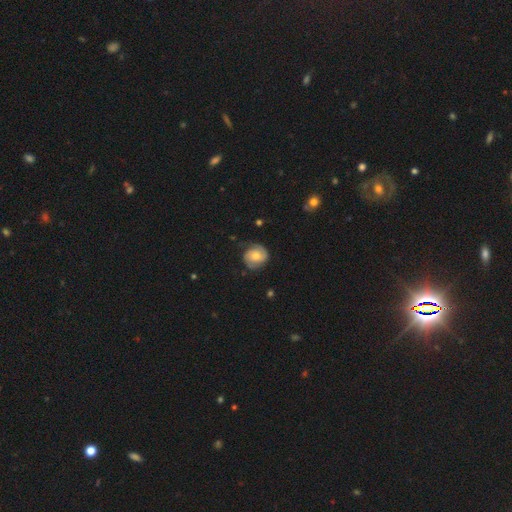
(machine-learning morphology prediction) smooth_or_featured: featured or disk (p=0.55) [alt: smooth p=0.38]
disk_edge_on: no (p=0.97) [alt: yes p=0.03]
bar: no (p=0.69) [alt: weak p=0.25]
has_spiral_arms: yes (p=0.87) [alt: no p=0.13]
bulge_size: moderate (p=0.64) [alt: small p=0.27]
merging: none (p=0.69) [alt: minor disturbance p=0.22]